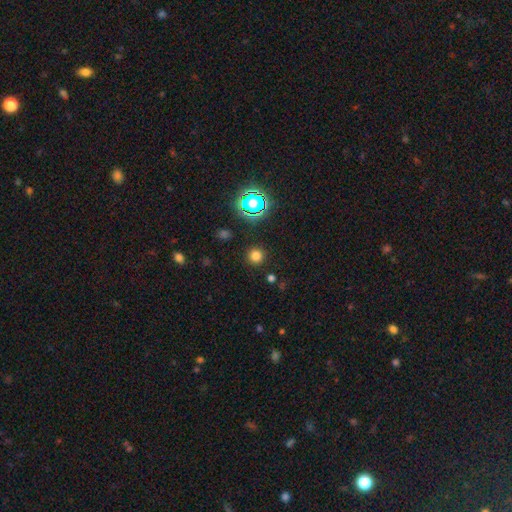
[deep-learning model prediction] This appears to be a smooth galaxy with no disk features (75%) that is round (95%). Merging: none (90%).